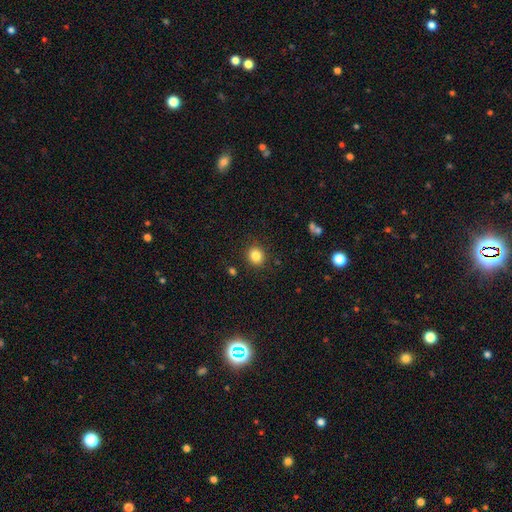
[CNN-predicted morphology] This is clearly a smooth galaxy (84%). How rounded: clearly round (82%). Merging: clearly none (88%).